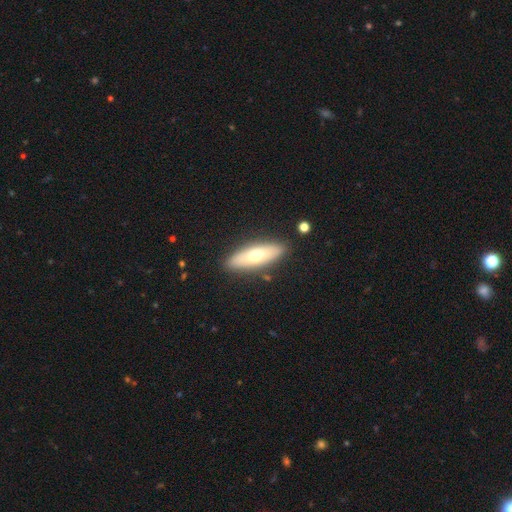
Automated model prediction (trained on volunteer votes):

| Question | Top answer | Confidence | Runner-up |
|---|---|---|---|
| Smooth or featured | smooth | 58% | featured or disk (36%) |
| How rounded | in between | 53% | cigar-shaped (45%) |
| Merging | none | 87% | minor disturbance (9%) |